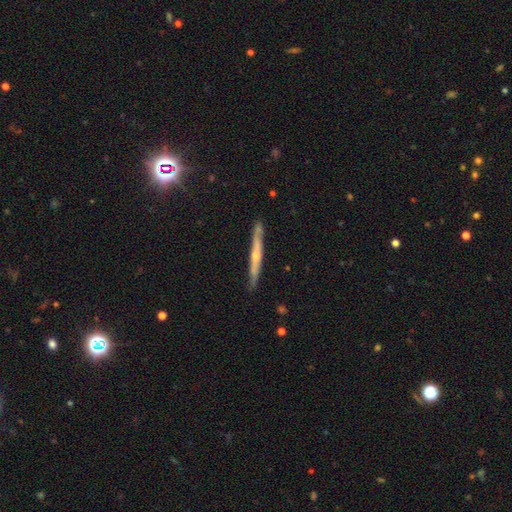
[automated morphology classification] featured or disk 66%, smooth 21%, star or artifact 12%. Down the decision tree: edge-on disk — yes (95%); edge-on bulge — rounded (70%); merging — none (86%).